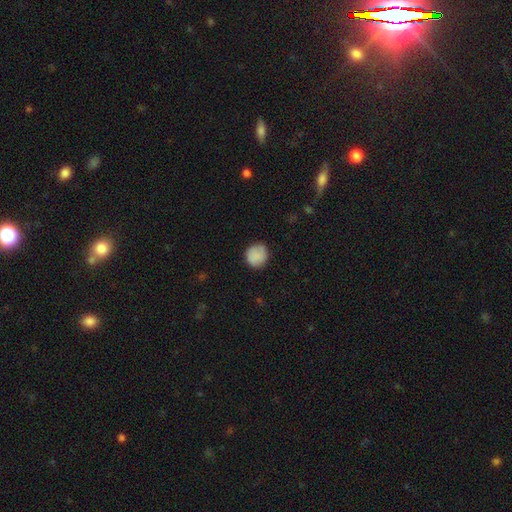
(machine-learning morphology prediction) A smooth galaxy with no disk features (87%) that is round (88%). Merging: none (79%).